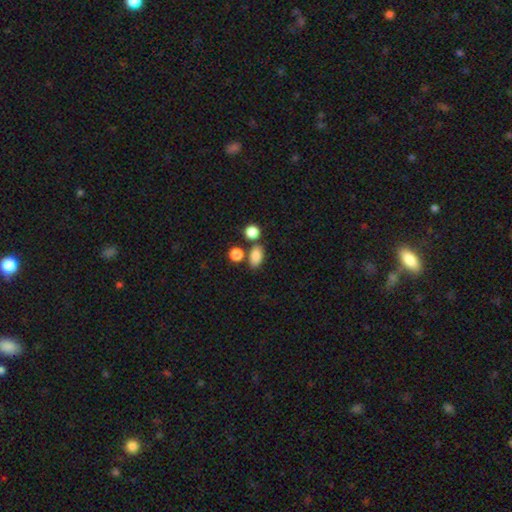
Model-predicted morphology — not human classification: Smooth or featured? smooth (84%)
How rounded? in between (80%)
Merging? none (66%)